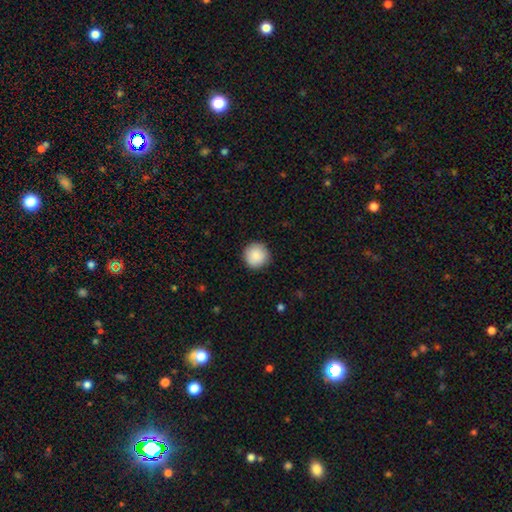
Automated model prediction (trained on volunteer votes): Smooth or featured: smooth — 89% (star or artifact — 7%)
How rounded: round — 96% (in between — 3%)
Merging: none — 91% (minor disturbance — 6%)